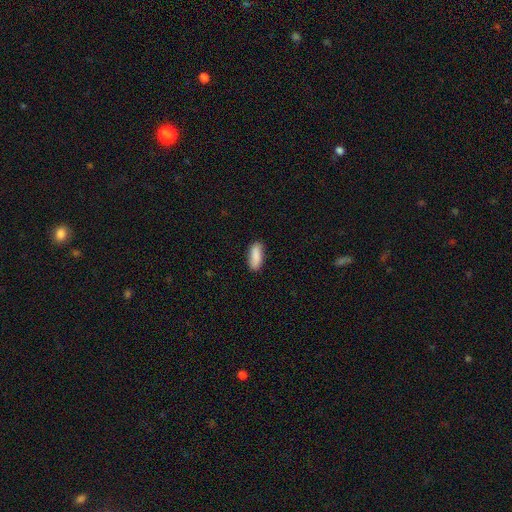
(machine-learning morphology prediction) This appears to be a smooth galaxy with no disk features (88%) that is in between round and cigar-shaped (74%). Merging: none (85%).